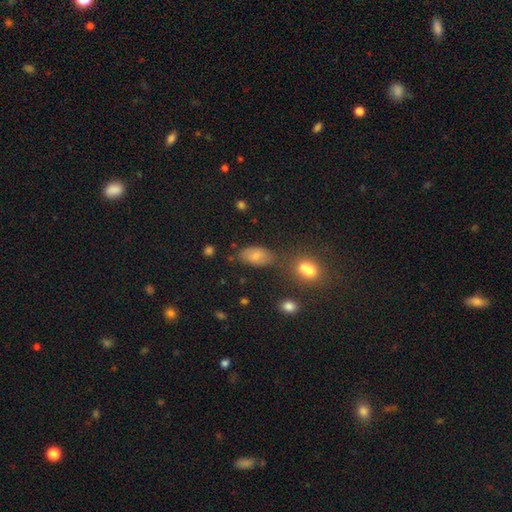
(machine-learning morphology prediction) This is likely a smooth galaxy (75%). How rounded: clearly in between (91%). Merging: likely none (64%).